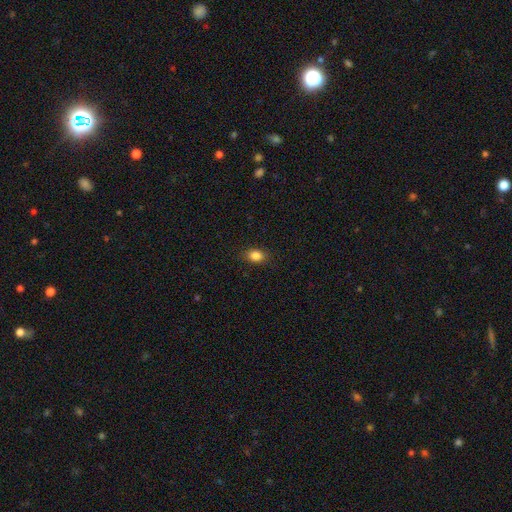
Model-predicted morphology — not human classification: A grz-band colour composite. It shows a smooth galaxy with no disk features (86%) that is in between round and cigar-shaped (70%). Merging: none (87%).